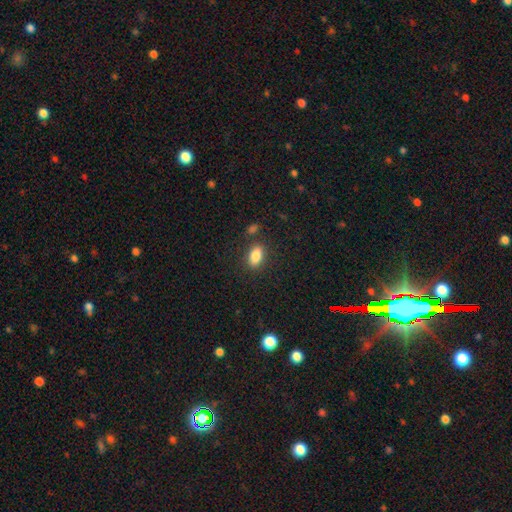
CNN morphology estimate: This appears to be a smooth galaxy with no disk features (84%) that is in between round and cigar-shaped (88%). Merging: none (82%).